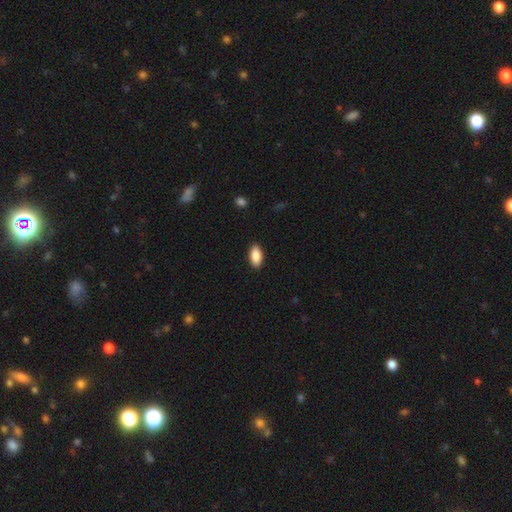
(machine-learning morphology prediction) The model was most divided on "merging": none: 89%, minor disturbance: 8%, major disturbance: 2%, merger: 1%. More confident: how rounded — in between (92%); smooth or featured — smooth (89%).